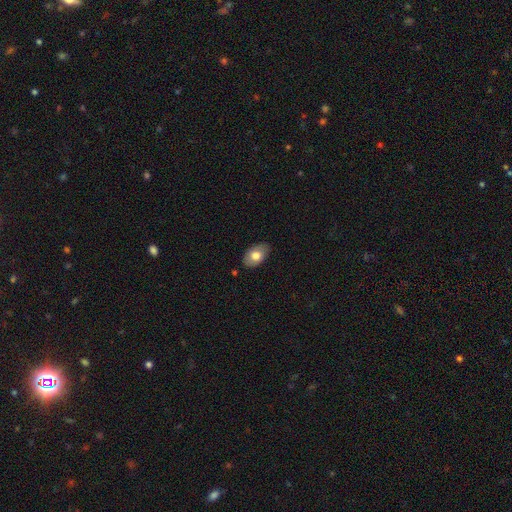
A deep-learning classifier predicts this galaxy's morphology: Smooth or featured?
  - smooth: 74% *
  - featured or disk: 20%
  - star or artifact: 6%
How rounded?
  - in between: 91% *
  - round: 8%
  - cigar-shaped: 1%
Merging?
  - none: 83% *
  - minor disturbance: 14%
  - major disturbance: 2%
  - merger: 1%